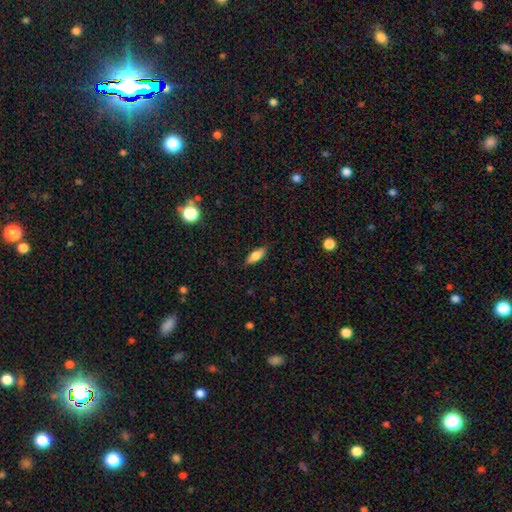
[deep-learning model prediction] Overall: smooth (76%). How rounded: in between (72%). Merging: none (86%).